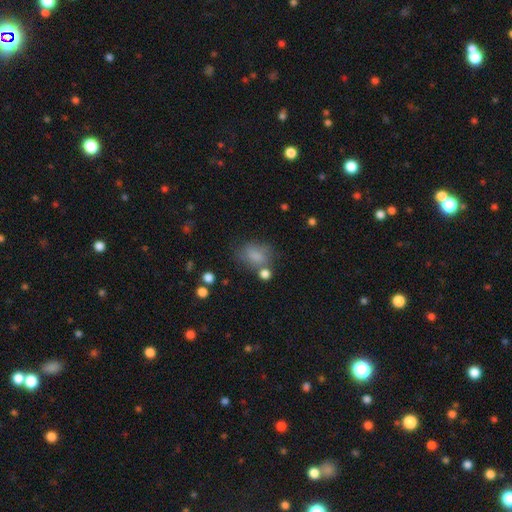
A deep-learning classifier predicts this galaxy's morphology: type=smooth (76%); roundness=in between (67%); merging=none (52%).